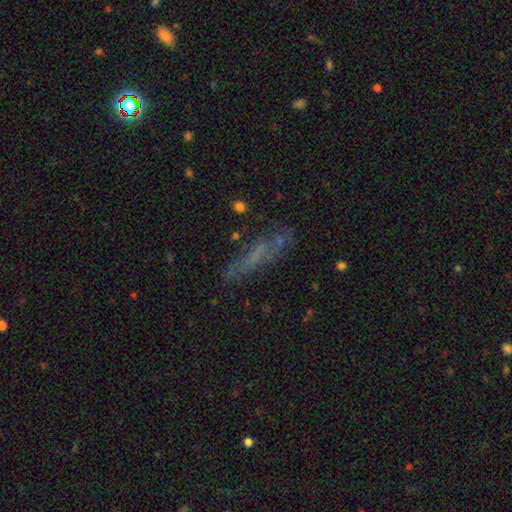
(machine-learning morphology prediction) Smooth or featured?
  - smooth: 45% *
  - featured or disk: 40%
  - star or artifact: 14%
Merging?
  - none: 64% *
  - minor disturbance: 21%
  - major disturbance: 11%
  - merger: 4%